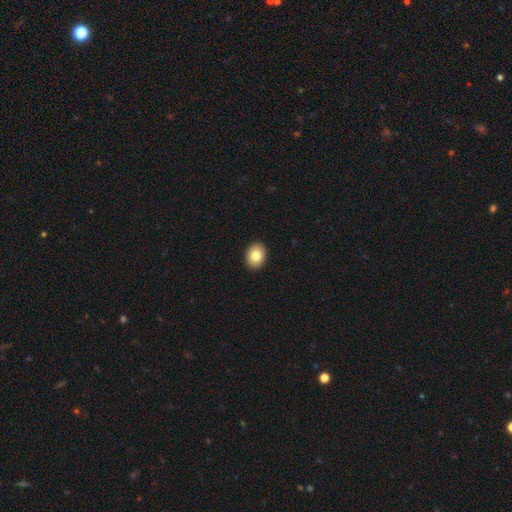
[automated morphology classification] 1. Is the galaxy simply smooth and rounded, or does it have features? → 81% smooth, 11% featured or disk, 8% star or artifact.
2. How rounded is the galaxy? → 63% in between, 36% round, 1% cigar-shaped.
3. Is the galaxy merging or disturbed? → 92% none, 6% minor disturbance, 1% major disturbance, 1% merger.